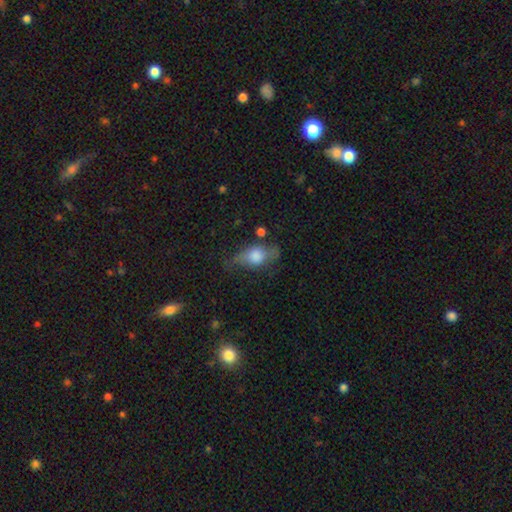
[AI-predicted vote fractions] Smooth or featured? Predicted: smooth (p=0.62). How rounded? Predicted: in between (p=0.75). Merging? Predicted: none (p=0.54).